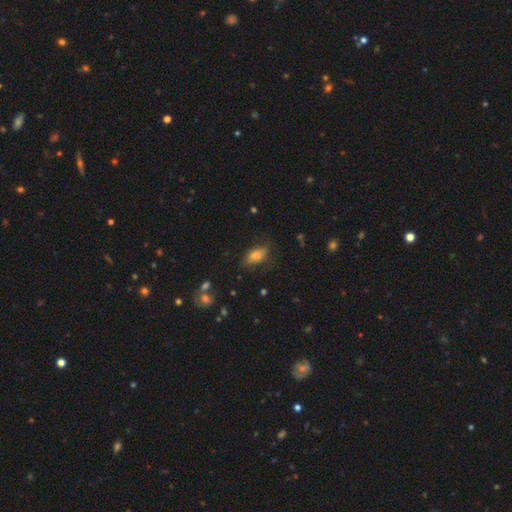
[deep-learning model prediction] smooth 70%, featured or disk 19%, star or artifact 11%. Down the decision tree: how rounded — in between (83%); merging — none (69%).